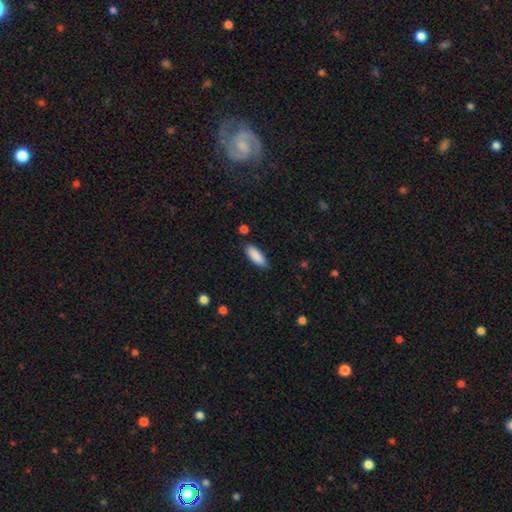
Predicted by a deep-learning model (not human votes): Q: Smooth or featured?
A: smooth (89%); runner-up: star or artifact (6%)
Q: How rounded?
A: in between (71%); runner-up: cigar-shaped (27%)
Q: Merging?
A: none (85%); runner-up: minor disturbance (11%)